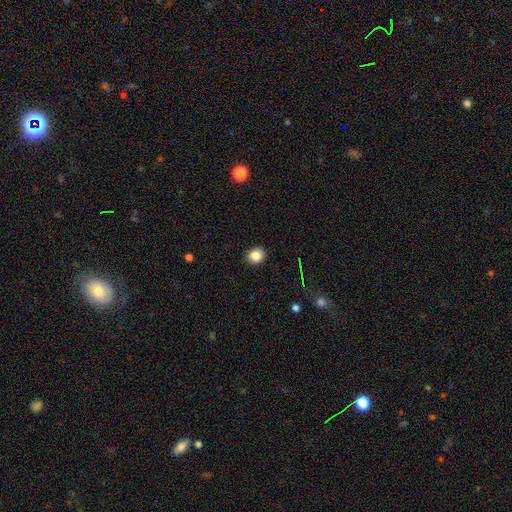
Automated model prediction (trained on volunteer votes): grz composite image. It shows a smooth galaxy with no disk features (84%) that is round (70%). Merging: none (91%).